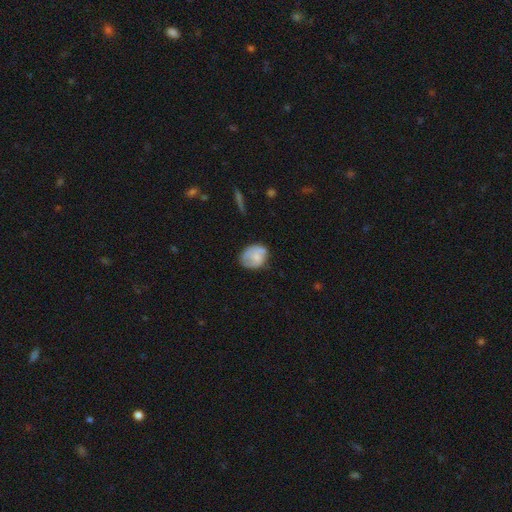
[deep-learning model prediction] Smooth or featured?
  - smooth: 63% *
  - featured or disk: 30%
  - star or artifact: 7%
How rounded?
  - in between: 54% *
  - round: 45%
  - cigar-shaped: 1%
Merging?
  - none: 57% *
  - minor disturbance: 31%
  - major disturbance: 10%
  - merger: 2%